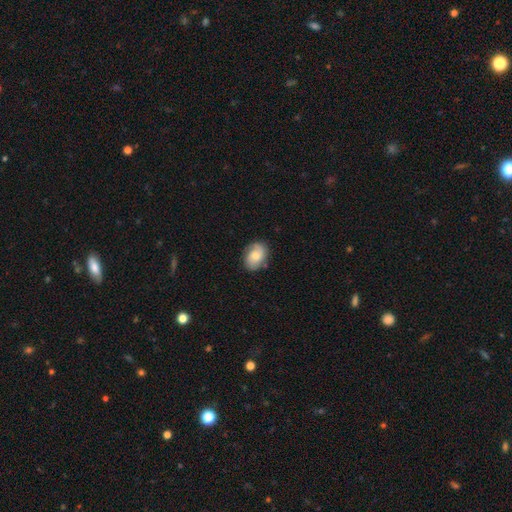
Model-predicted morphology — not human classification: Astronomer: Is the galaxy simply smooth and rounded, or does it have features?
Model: smooth — 51% (runner-up: featured or disk, 42%).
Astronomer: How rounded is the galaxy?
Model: in between — 73%.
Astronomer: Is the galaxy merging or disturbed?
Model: none — 76%.